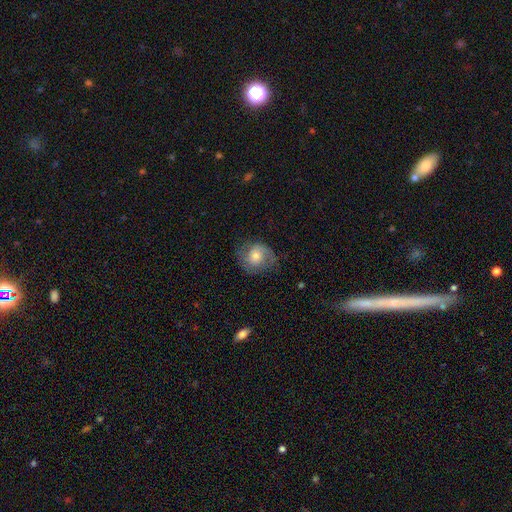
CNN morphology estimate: Smooth or featured? Predicted: featured or disk (p=0.52). Edge-on disk? Predicted: no (p=0.97). Bar? Predicted: no (p=0.72). Spiral arms? Predicted: yes (p=0.85). Bulge size? Predicted: moderate (p=0.56). Merging? Predicted: none (p=0.68).